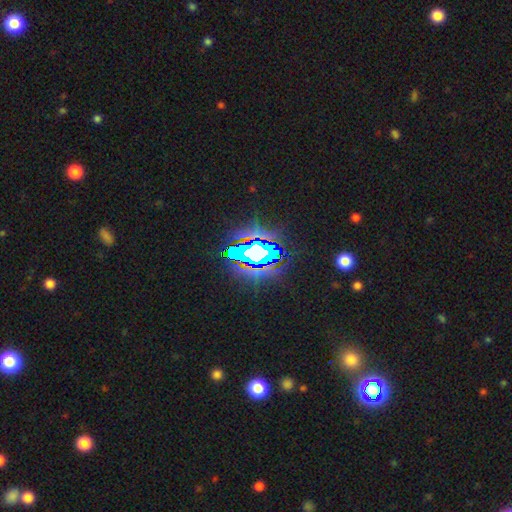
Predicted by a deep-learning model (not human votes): Smooth or featured? Predicted: star or artifact (p=0.65).